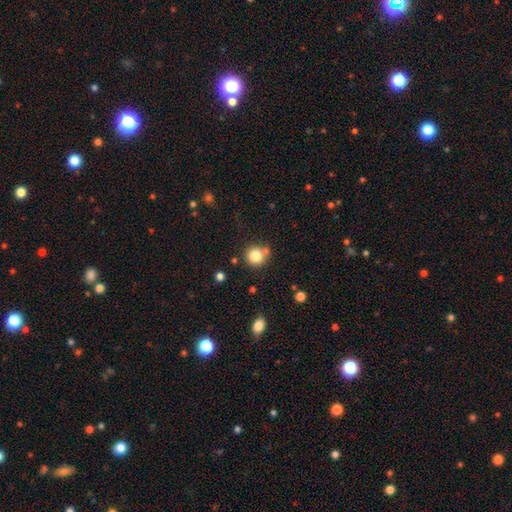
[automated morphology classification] Smooth or featured: smooth — 83% (star or artifact — 11%)
How rounded: round — 92% (in between — 7%)
Merging: none — 71% (merger — 15%)